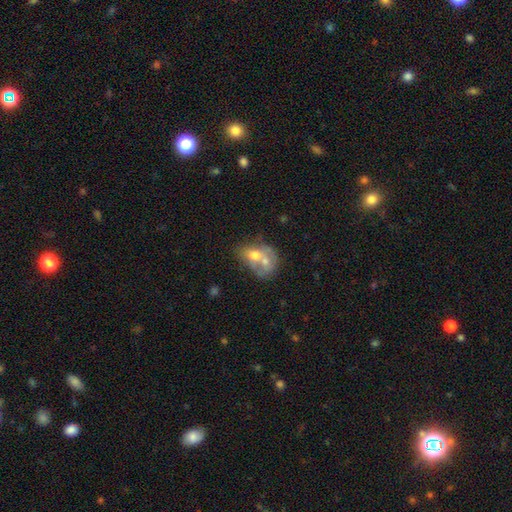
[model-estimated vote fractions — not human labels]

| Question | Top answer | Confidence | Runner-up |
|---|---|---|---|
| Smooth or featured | smooth | 53% | featured or disk (38%) |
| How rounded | in between | 55% | round (44%) |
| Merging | merger | 72% | none (15%) |